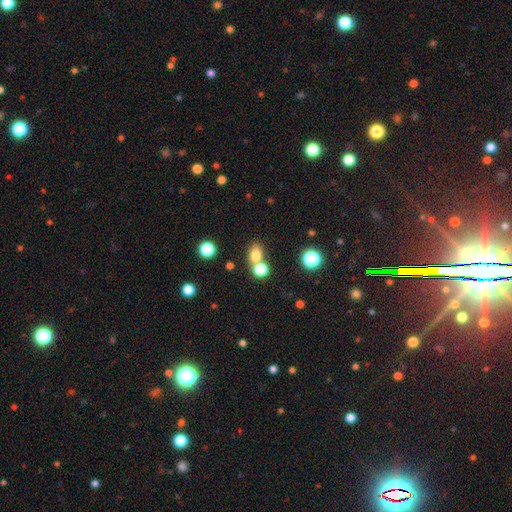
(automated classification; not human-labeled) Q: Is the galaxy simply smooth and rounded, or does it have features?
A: smooth — 76%.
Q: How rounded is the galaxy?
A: in between — 54%.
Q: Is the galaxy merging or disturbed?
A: none — 54%.